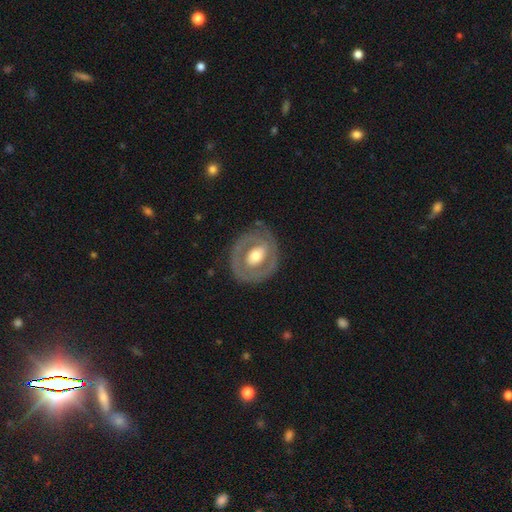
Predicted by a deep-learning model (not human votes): smooth-or-featured: featured or disk: 67% | smooth: 29% | star or artifact: 5%
  disk-edge-on: no: 96% | yes: 4%
    bar: no: 54% | weak: 29% | strong: 17%
    has-spiral-arms: no: 61% | yes: 39%
    bulge-size: moderate: 66% | large: 19% | small: 12% | dominant: 2% | none: 1%
  merging: none: 76% | minor disturbance: 15% | major disturbance: 7% | merger: 1%